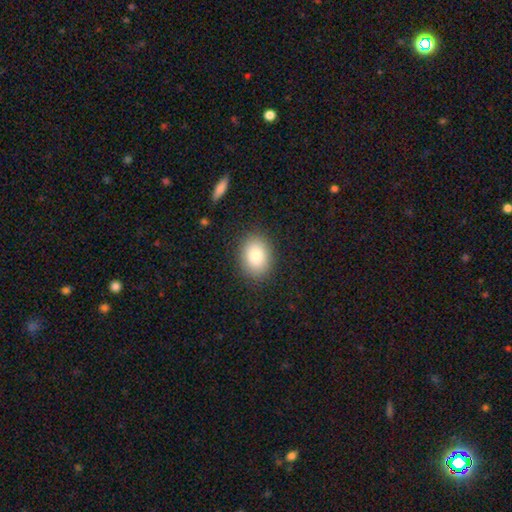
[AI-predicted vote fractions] This is clearly a smooth galaxy (81%). How rounded: likely in between (64%). Merging: clearly none (88%).